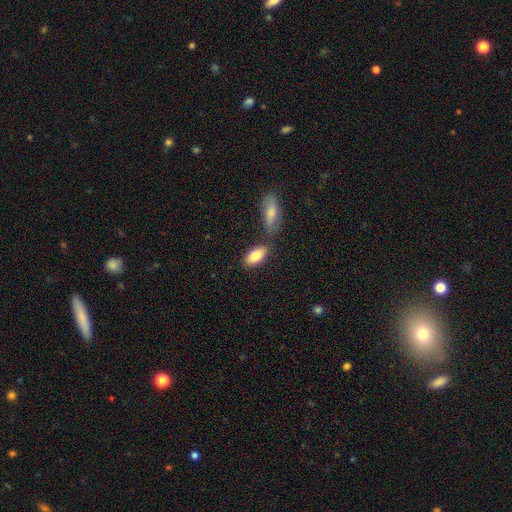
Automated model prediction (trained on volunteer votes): Morphology: type=smooth (78%); roundness=in between (88%); merging=none (71%).